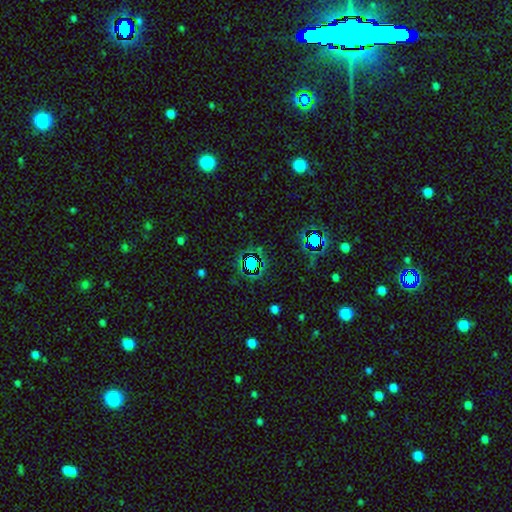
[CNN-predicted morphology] type=star or artifact (76%).